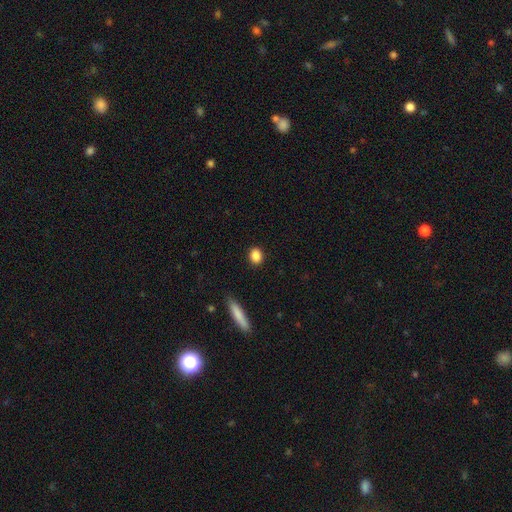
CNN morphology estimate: This appears to be a smooth galaxy with no disk features (87%) that is in between round and cigar-shaped (51%). Merging: none (89%).